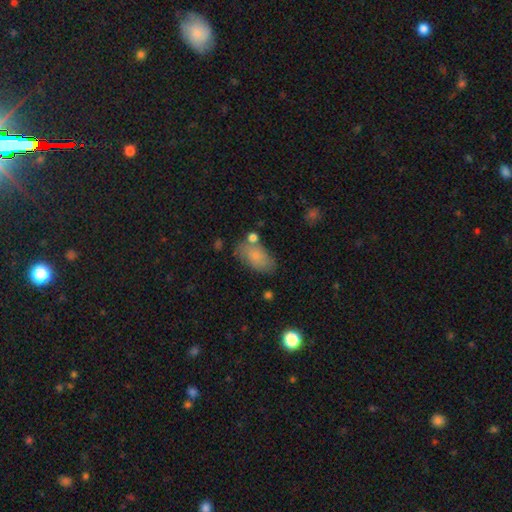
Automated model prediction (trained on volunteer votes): This appears to be a smooth galaxy with no disk features (77%) that is in between round and cigar-shaped (92%). Merging: none (63%).